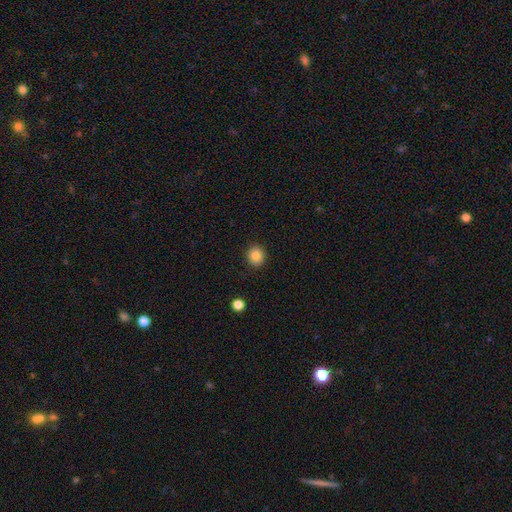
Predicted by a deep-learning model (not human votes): smooth 84%, star or artifact 10%, featured or disk 6%. Down the decision tree: how rounded — round (84%); merging — none (91%).